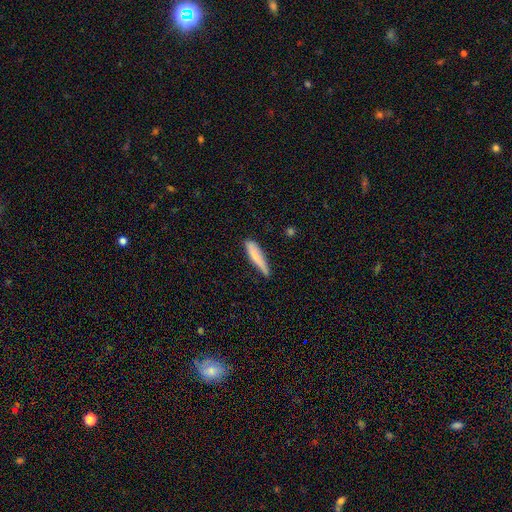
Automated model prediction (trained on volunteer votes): A smooth galaxy with no disk features (72%) that is cigar-shaped (84%).

Vote fractions:
- Smooth or featured? smooth: 72% / featured or disk: 22% / star or artifact: 6%
- How rounded? cigar-shaped: 84% / in between: 14% / round: 1%
- Merging? none: 57% / minor disturbance: 33% / major disturbance: 7% / merger: 3%